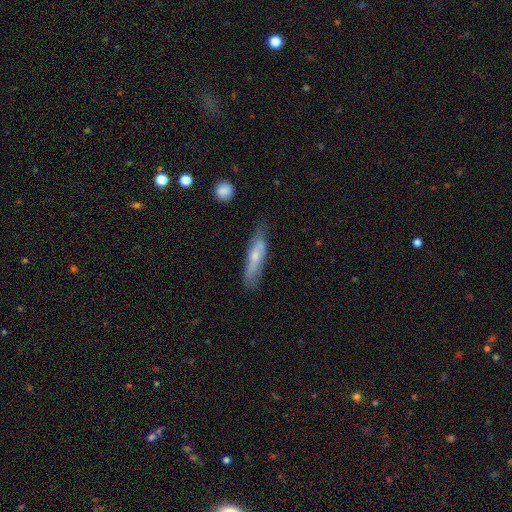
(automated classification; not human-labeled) Smooth or featured: smooth — 50% (featured or disk — 44%)
Merging: none — 70% (minor disturbance — 22%)